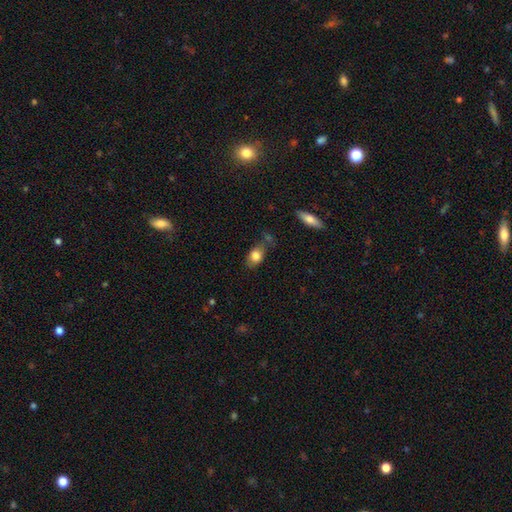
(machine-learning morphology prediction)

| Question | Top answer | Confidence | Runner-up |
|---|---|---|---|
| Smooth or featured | smooth | 82% | featured or disk (10%) |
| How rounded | in between | 78% | round (19%) |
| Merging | none | 58% | minor disturbance (25%) |